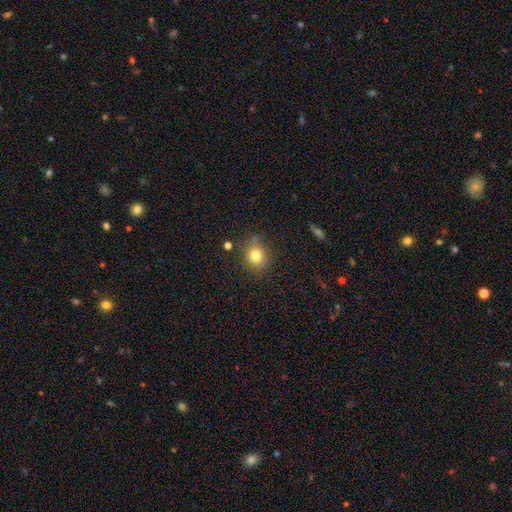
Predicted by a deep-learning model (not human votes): Smooth or featured?
  - smooth: 79% *
  - star or artifact: 12%
  - featured or disk: 9%
How rounded?
  - round: 76% *
  - in between: 23%
  - cigar-shaped: 1%
Merging?
  - none: 75% *
  - minor disturbance: 17%
  - major disturbance: 4%
  - merger: 4%